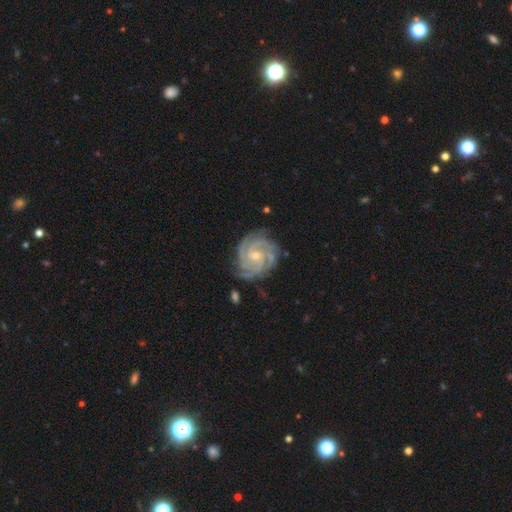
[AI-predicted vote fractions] Q: Smooth or featured?
A: featured or disk (91%); runner-up: star or artifact (5%)
Q: Edge-on disk?
A: no (98%); runner-up: yes (2%)
Q: Bar?
A: no (60%); runner-up: weak (31%)
Q: Spiral arms?
A: yes (99%); runner-up: no (1%)
Q: Spiral winding?
A: tight (77%); runner-up: medium (21%)
Q: Spiral arm count?
A: 4 (33%); runner-up: 3 (31%)
Q: Bulge size?
A: small (61%); runner-up: moderate (36%)
Q: Merging?
A: none (77%); runner-up: minor disturbance (17%)